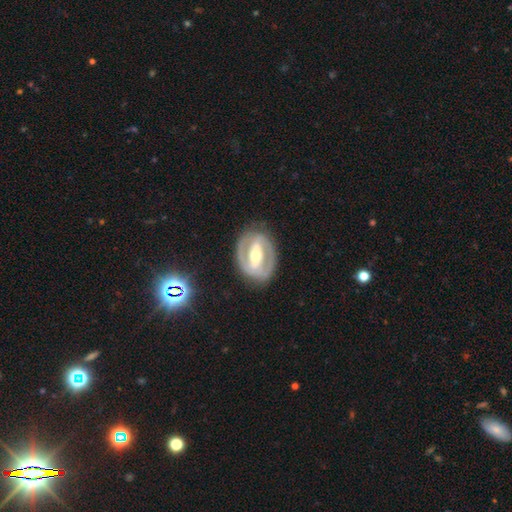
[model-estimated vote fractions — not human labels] This appears to be a featured or disk galaxy (83%) with a strong bar (66%), 2 (83%) tight (50%) spiral arms (69%) and a moderate central bulge (66%). Merging: none (82%).